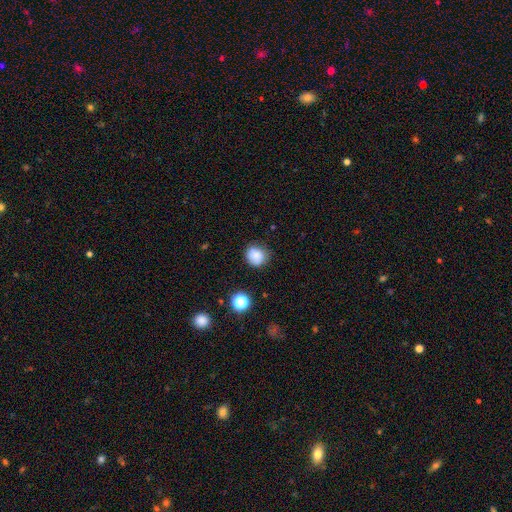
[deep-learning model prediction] Smooth or featured?
  - smooth: 82% *
  - star or artifact: 11%
  - featured or disk: 7%
How rounded?
  - round: 79% *
  - in between: 20%
  - cigar-shaped: 1%
Merging?
  - none: 71% *
  - minor disturbance: 21%
  - major disturbance: 5%
  - merger: 2%